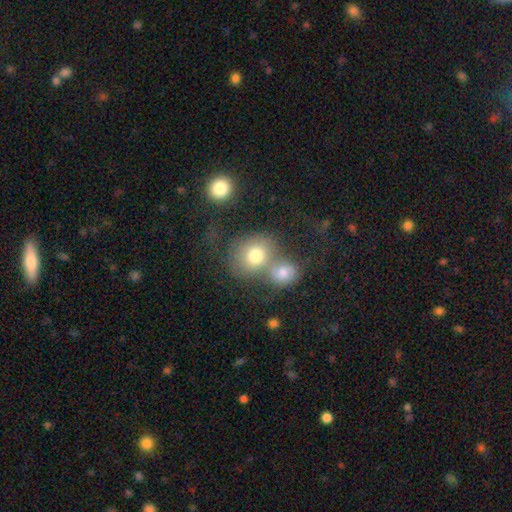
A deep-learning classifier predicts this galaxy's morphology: Q: Smooth or featured?
A: smooth (73%); runner-up: featured or disk (16%)
Q: How rounded?
A: round (69%); runner-up: in between (30%)
Q: Merging?
A: merger (54%); runner-up: none (29%)